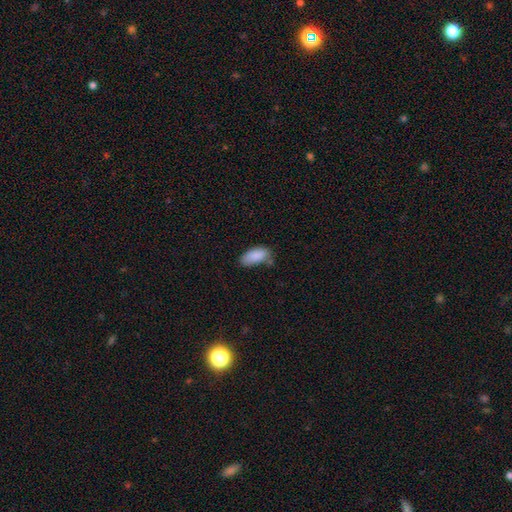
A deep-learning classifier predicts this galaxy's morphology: This is clearly a smooth galaxy (88%). How rounded: clearly in between (89%). Merging: likely none (61%).